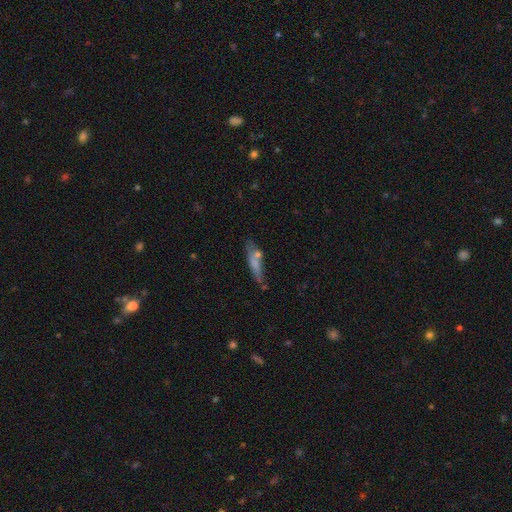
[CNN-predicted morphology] Smooth or featured: smooth — 57% (featured or disk — 32%)
How rounded: cigar-shaped — 81% (in between — 16%)
Merging: none — 64% (minor disturbance — 19%)